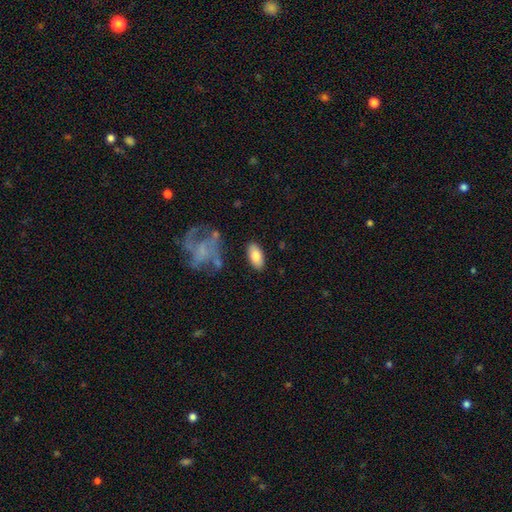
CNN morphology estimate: smooth-or-featured: smooth: 78% | featured or disk: 15% | star or artifact: 7%
  how-rounded: in between: 92% | cigar-shaped: 5% | round: 3%
  merging: none: 83% | minor disturbance: 11% | major disturbance: 3% | merger: 3%